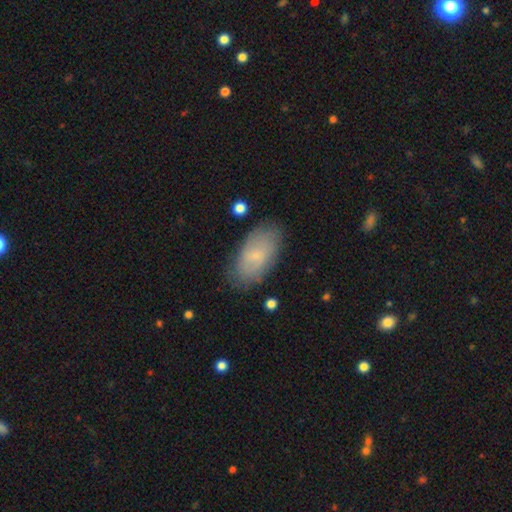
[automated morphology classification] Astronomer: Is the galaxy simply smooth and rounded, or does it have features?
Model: smooth — 64%.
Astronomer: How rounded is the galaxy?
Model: in between — 93%.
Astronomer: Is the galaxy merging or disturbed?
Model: none — 78%.